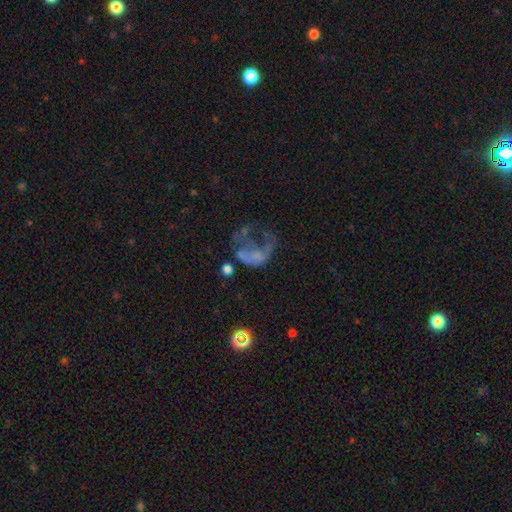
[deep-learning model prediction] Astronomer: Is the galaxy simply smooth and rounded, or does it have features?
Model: featured or disk — 50% (runner-up: smooth, 33%).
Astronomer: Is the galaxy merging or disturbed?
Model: major disturbance — 57%.